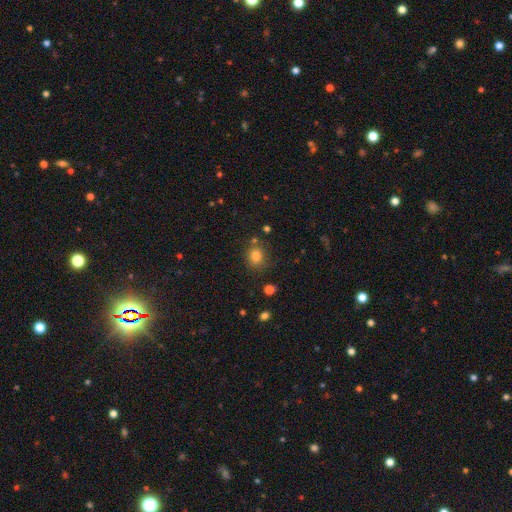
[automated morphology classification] Q: Smooth or featured?
A: smooth (81%); runner-up: star or artifact (13%)
Q: How rounded?
A: round (66%); runner-up: in between (33%)
Q: Merging?
A: none (77%); runner-up: minor disturbance (13%)